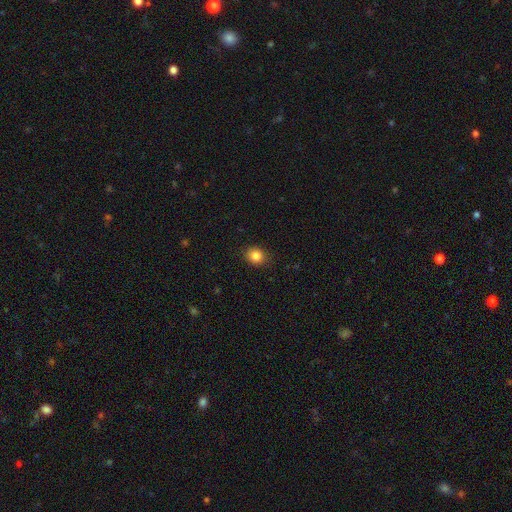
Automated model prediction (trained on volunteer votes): Smooth or featured?
  - smooth: 85% *
  - star or artifact: 11%
  - featured or disk: 5%
How rounded?
  - round: 70% *
  - in between: 29%
  - cigar-shaped: 1%
Merging?
  - none: 87% *
  - minor disturbance: 10%
  - major disturbance: 2%
  - merger: 1%